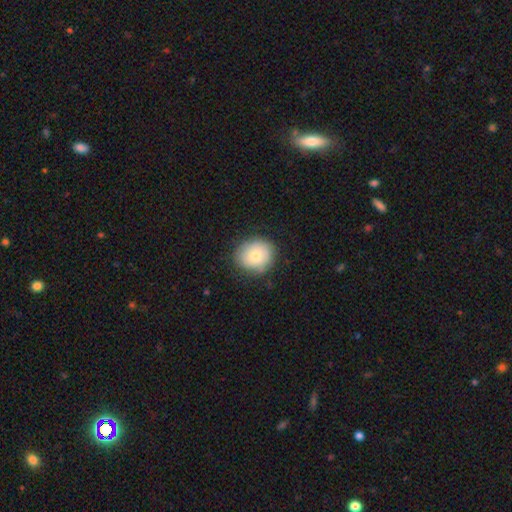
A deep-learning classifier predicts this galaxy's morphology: A smooth galaxy with no disk features (73%) that is round (72%). Merging: none (79%).